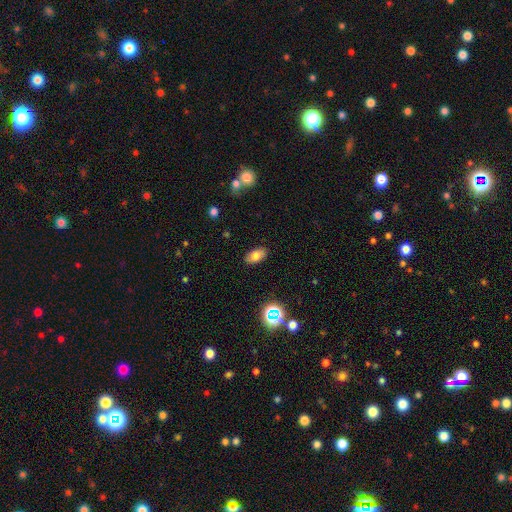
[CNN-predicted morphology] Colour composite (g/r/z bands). It shows a smooth galaxy with no disk features (74%) that is in between round and cigar-shaped (92%). Merging: none (87%).